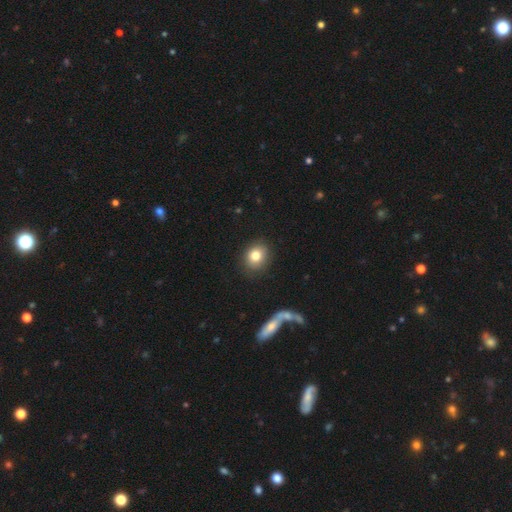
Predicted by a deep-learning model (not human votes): Smooth or featured? Predicted: smooth (p=0.81). How rounded? Predicted: round (p=0.67). Merging? Predicted: none (p=0.86).